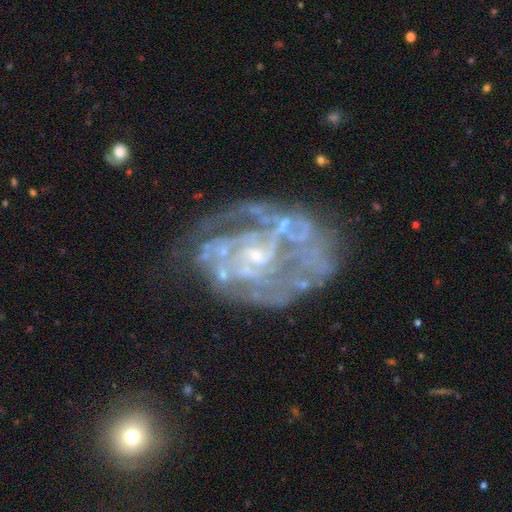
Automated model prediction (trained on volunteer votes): smooth-or-featured: featured or disk: 85% | star or artifact: 8% | smooth: 7%
  disk-edge-on: no: 98% | yes: 2%
    bar: no: 67% | weak: 25% | strong: 7%
    has-spiral-arms: yes: 77% | no: 23%
      spiral-winding: tight: 52% | medium: 34% | loose: 14%
      spiral-arm-count: can't tell: 43% | 2: 22% | 3: 14% | 1: 8% | 4: 7% | more than 4: 6%
    bulge-size: small: 65% | moderate: 20% | none: 12% | large: 2% | dominant: 1%
  merging: none: 50% | major disturbance: 22% | minor disturbance: 22% | merger: 6%